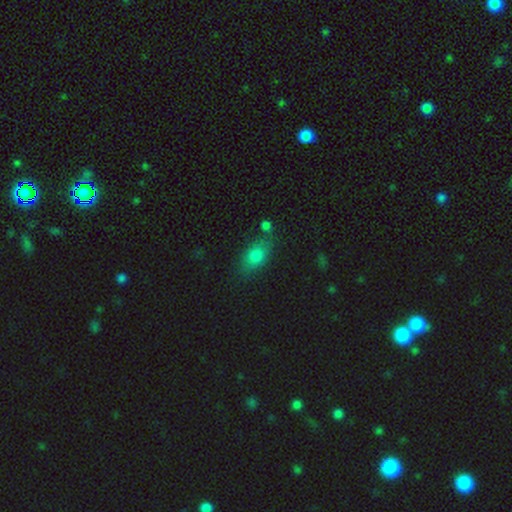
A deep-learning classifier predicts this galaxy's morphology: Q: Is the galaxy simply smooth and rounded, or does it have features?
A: smooth — 80%.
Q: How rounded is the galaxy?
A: in between — 82%.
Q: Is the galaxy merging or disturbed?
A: none — 67%.